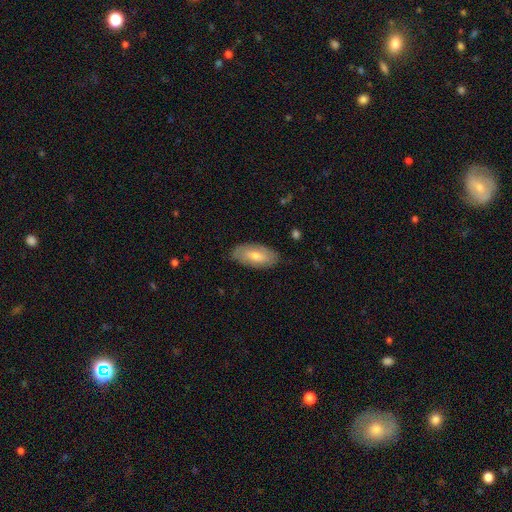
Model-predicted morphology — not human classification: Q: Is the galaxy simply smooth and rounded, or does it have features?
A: smooth — 63%.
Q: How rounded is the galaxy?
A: in between — 89%.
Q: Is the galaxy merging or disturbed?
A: none — 83%.